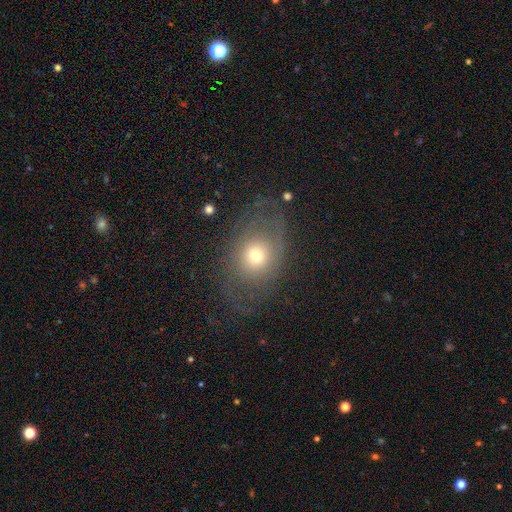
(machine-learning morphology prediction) The model was most divided on "smooth or featured": smooth: 47%, featured or disk: 40%, star or artifact: 13%. More confident: merging — none (61%).